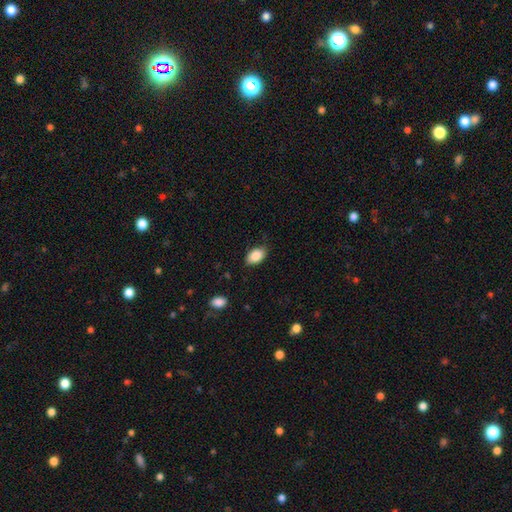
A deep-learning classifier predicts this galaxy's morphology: This is clearly a smooth galaxy (87%). How rounded: clearly in between (92%). Merging: clearly none (83%).